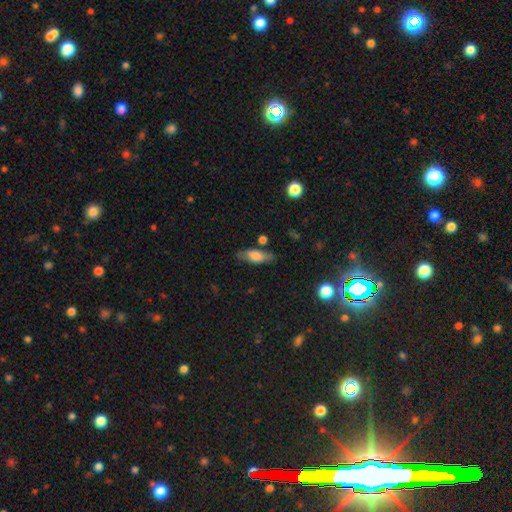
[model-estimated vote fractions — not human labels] A smooth galaxy with no disk features (71%) that is in between round and cigar-shaped (68%).

Vote fractions:
- Smooth or featured? smooth: 71% / featured or disk: 22% / star or artifact: 7%
- How rounded? in between: 68% / cigar-shaped: 29% / round: 3%
- Merging? none: 76% / minor disturbance: 17% / merger: 4% / major disturbance: 4%